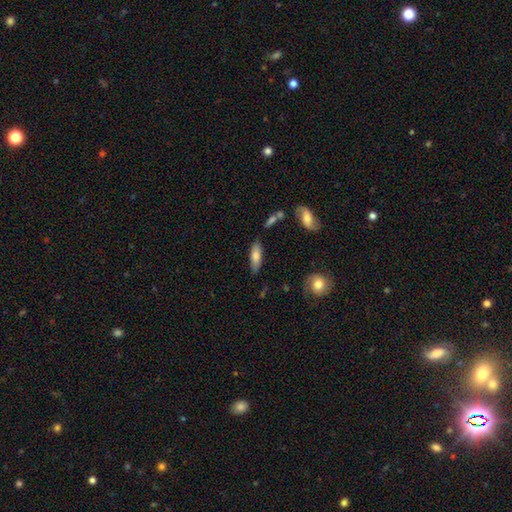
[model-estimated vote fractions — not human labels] smooth-or-featured: smooth: 73% | featured or disk: 21% | star or artifact: 6%
  how-rounded: in between: 55% | cigar-shaped: 43% | round: 2%
  merging: none: 82% | minor disturbance: 13% | merger: 3% | major disturbance: 3%